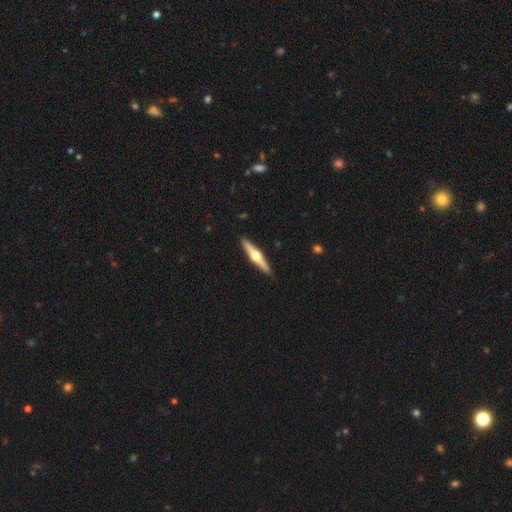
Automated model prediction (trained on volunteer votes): Smooth or featured: featured or disk — 70% (smooth — 25%)
Edge-on disk: yes — 98% (no — 2%)
Edge-on bulge: rounded — 96% (boxy — 2%)
Merging: none — 92% (minor disturbance — 6%)